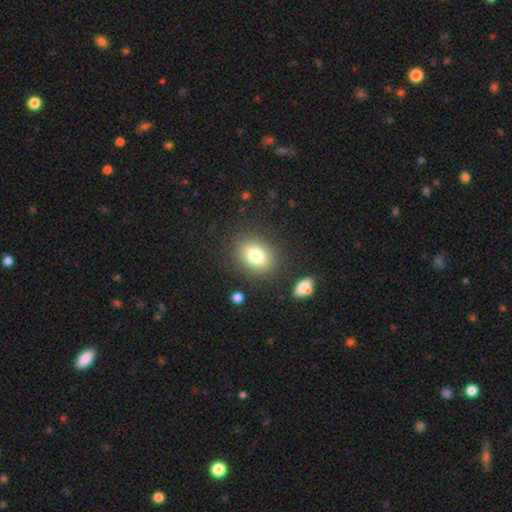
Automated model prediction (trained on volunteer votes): Smooth or featured?
  - smooth: 78% *
  - star or artifact: 11%
  - featured or disk: 11%
How rounded?
  - in between: 58% *
  - round: 41%
  - cigar-shaped: 1%
Merging?
  - none: 84% *
  - minor disturbance: 9%
  - major disturbance: 4%
  - merger: 3%